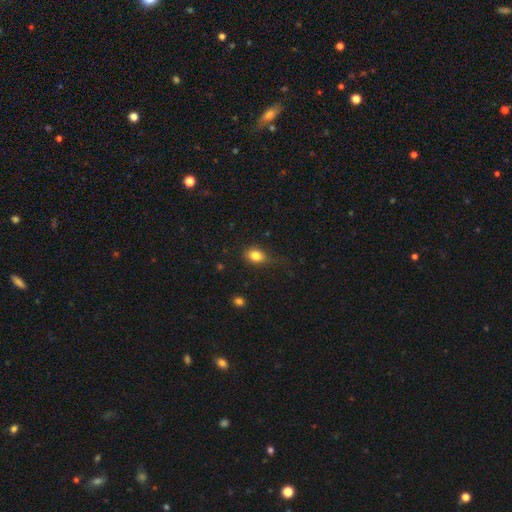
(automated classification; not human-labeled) smooth 82%, star or artifact 10%, featured or disk 8%. Down the decision tree: how rounded — in between (63%); merging — none (68%).